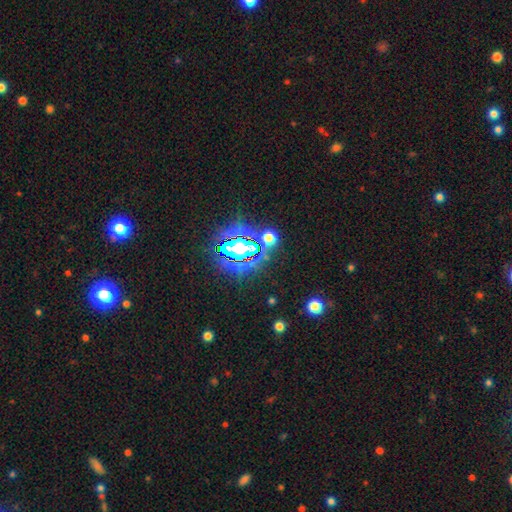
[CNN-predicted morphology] Overall: star or artifact (82%).